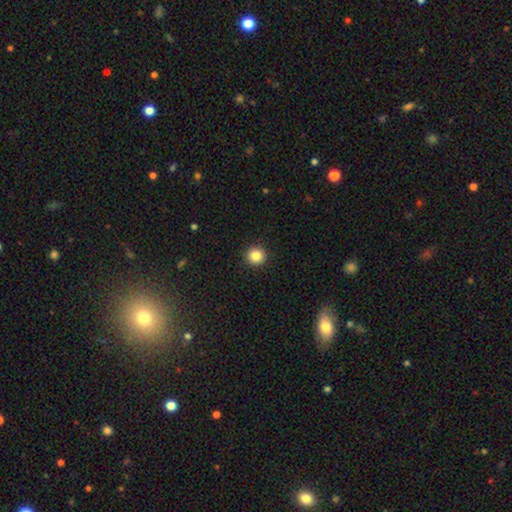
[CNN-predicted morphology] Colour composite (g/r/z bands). It shows a smooth galaxy with no disk features (85%) that is round (94%). Merging: none (93%).